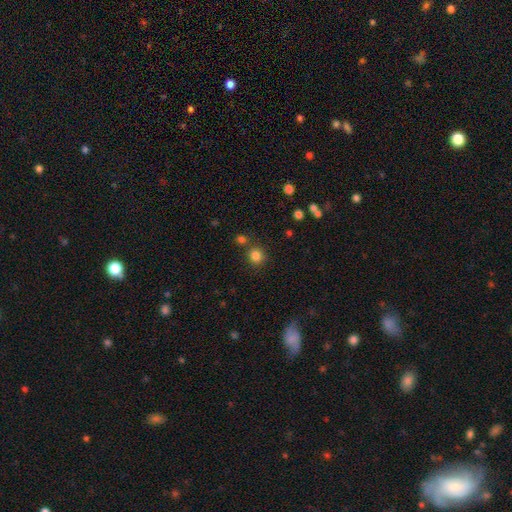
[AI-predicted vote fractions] The model was most divided on "merging": none: 77%, merger: 11%, minor disturbance: 9%, major disturbance: 3%. More confident: how rounded — round (86%); smooth or featured — smooth (82%).